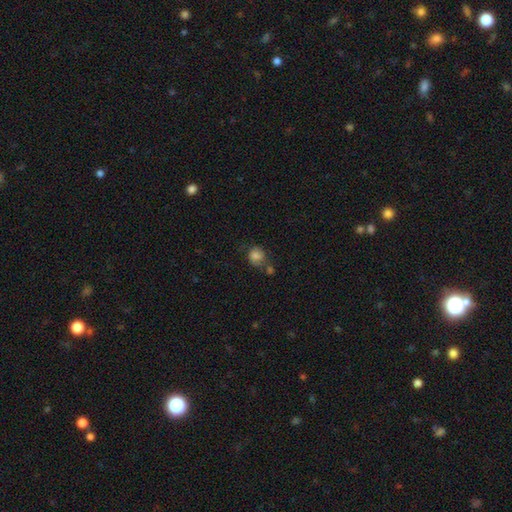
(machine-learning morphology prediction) The model was most divided on "merging": none: 48%, minor disturbance: 22%, merger: 19%, major disturbance: 10%. More confident: how rounded — round (74%); smooth or featured — smooth (73%).